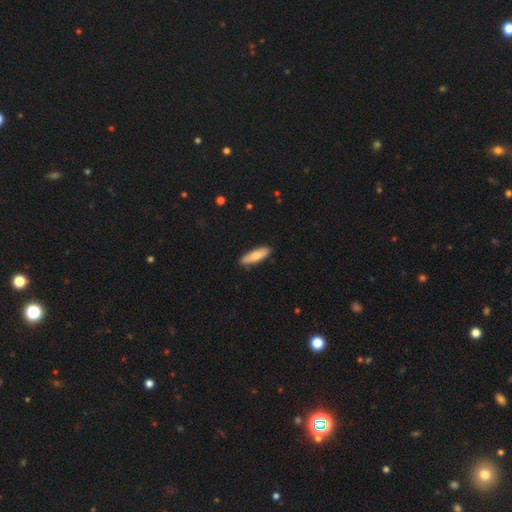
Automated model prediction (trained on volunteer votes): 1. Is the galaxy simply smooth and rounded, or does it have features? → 76% smooth, 18% featured or disk, 5% star or artifact.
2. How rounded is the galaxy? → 58% cigar-shaped, 40% in between, 2% round.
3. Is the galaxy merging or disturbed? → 87% none, 10% minor disturbance, 2% major disturbance, 1% merger.